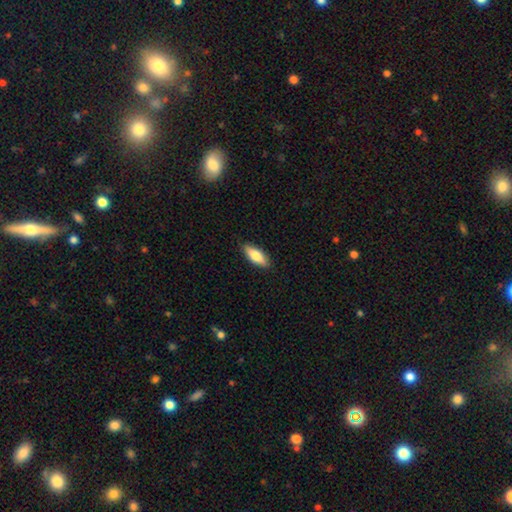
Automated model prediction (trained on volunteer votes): smooth 74%, featured or disk 21%, star or artifact 6%. Down the decision tree: how rounded — in between (69%); merging — none (88%).